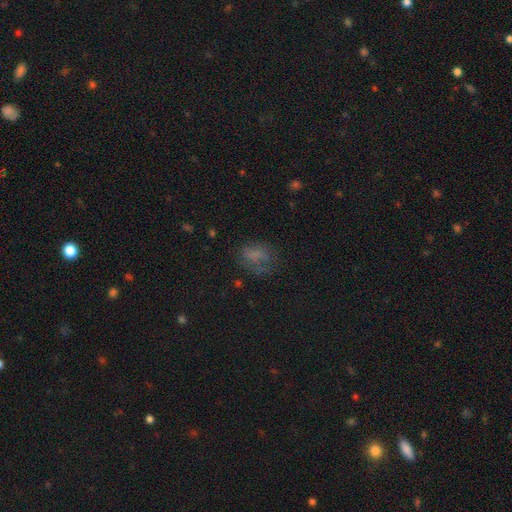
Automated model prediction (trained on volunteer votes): smooth 59%, star or artifact 22%, featured or disk 20%. Down the decision tree: how rounded — in between (66%); merging — none (51%).